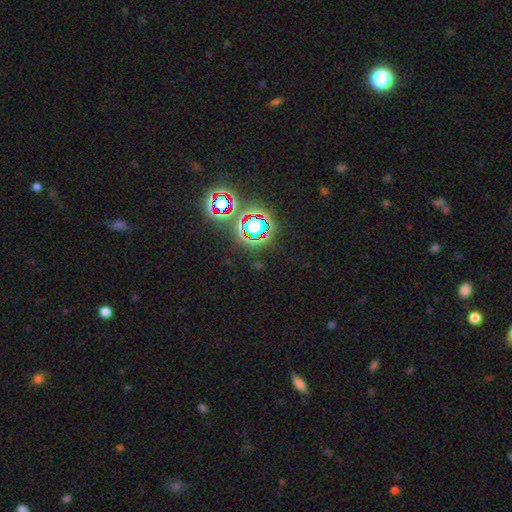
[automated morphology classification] This is likely a star or artifact rather than a galaxy (80%).